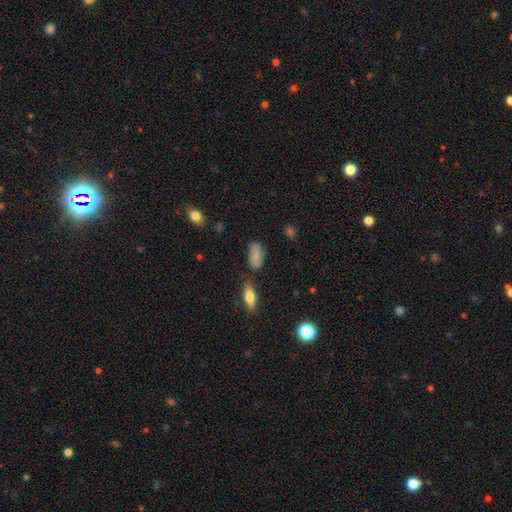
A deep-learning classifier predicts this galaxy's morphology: Smooth or featured?
  - smooth: 80% *
  - featured or disk: 11%
  - star or artifact: 9%
How rounded?
  - in between: 90% *
  - cigar-shaped: 6%
  - round: 4%
Merging?
  - none: 65% *
  - minor disturbance: 22%
  - merger: 8%
  - major disturbance: 5%